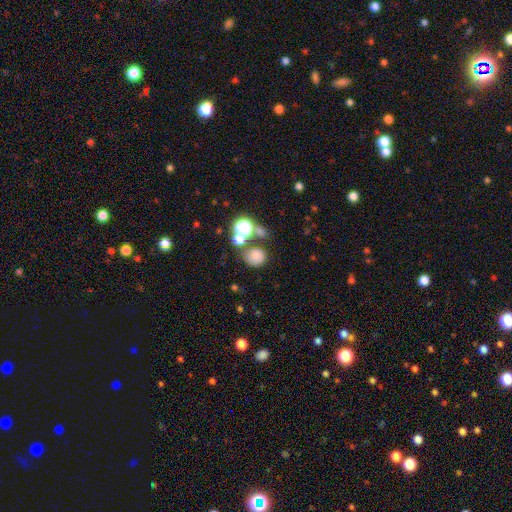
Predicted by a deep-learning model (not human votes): Smooth or featured: smooth — 73% (star or artifact — 19%)
How rounded: round — 76% (in between — 23%)
Merging: none — 60% (merger — 23%)